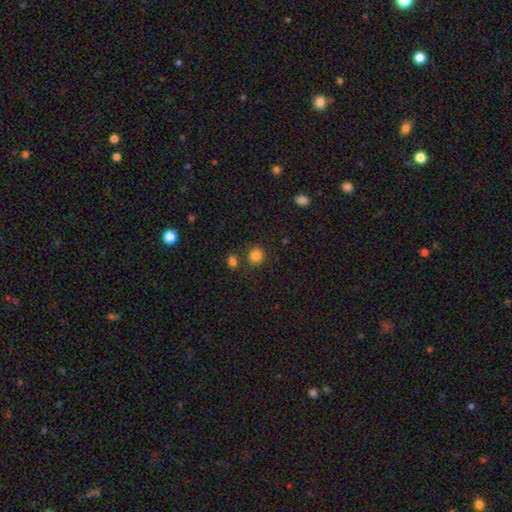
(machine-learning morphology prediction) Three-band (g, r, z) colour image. It shows a smooth galaxy with no disk features (83%) that is round (90%). Merging: none (82%).